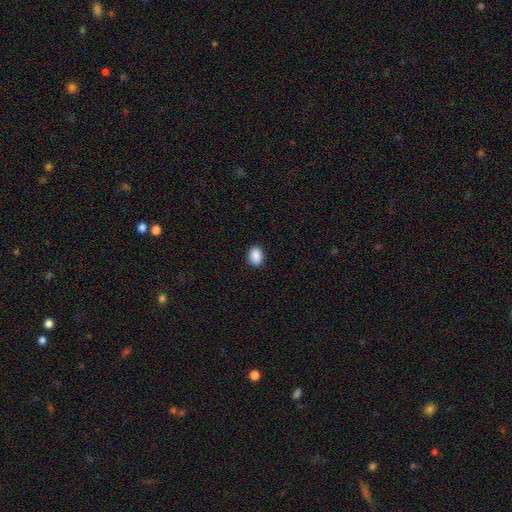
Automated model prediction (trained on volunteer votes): smooth_or_featured: smooth (p=0.90) [alt: star or artifact p=0.08]
how_rounded: in between (p=0.73) [alt: round p=0.26]
merging: none (p=0.89) [alt: minor disturbance p=0.08]